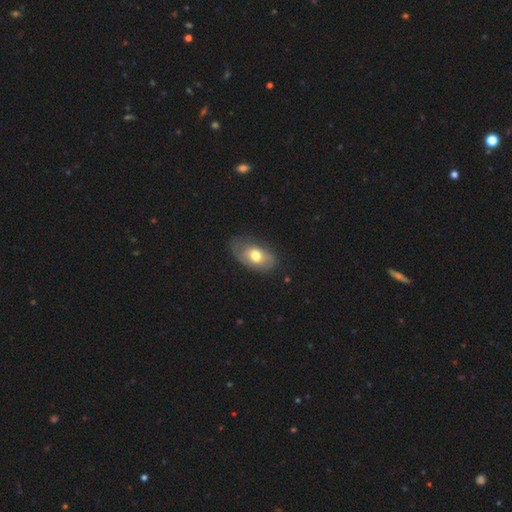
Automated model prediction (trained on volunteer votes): Smooth or featured? Predicted: smooth (p=0.55). How rounded? Predicted: in between (p=0.89). Merging? Predicted: none (p=0.60).